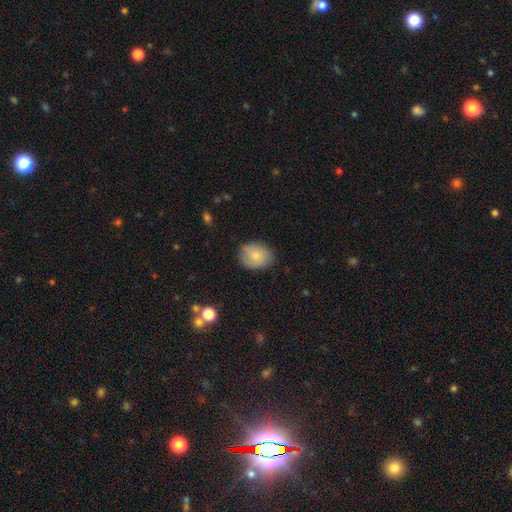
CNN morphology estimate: Smooth or featured? smooth (74%)
How rounded? round (53%)
Merging? none (76%)